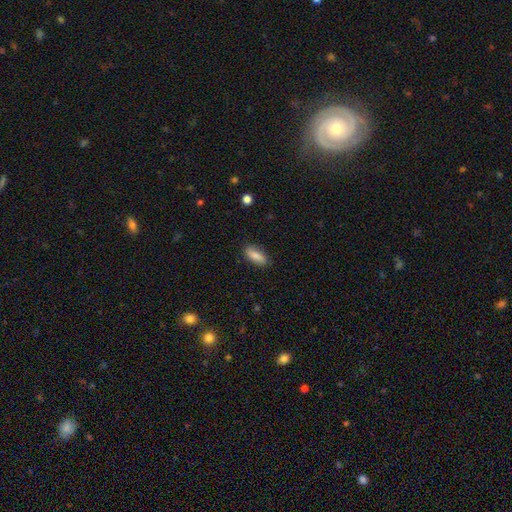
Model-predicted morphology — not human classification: This is clearly a smooth galaxy (83%). How rounded: likely in between (76%). Merging: clearly none (86%).